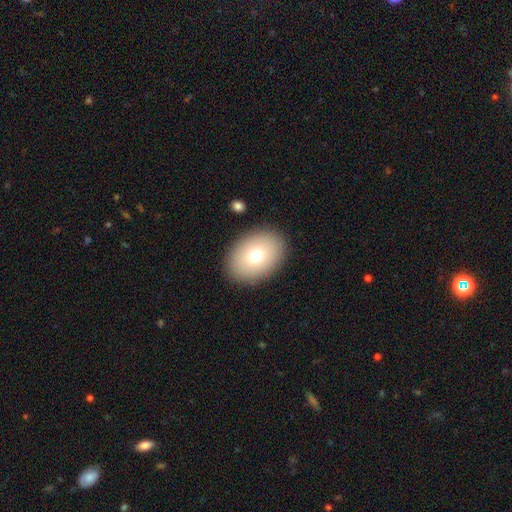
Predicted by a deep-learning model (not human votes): Morphology: type=smooth (74%); roundness=in between (78%); merging=none (89%).